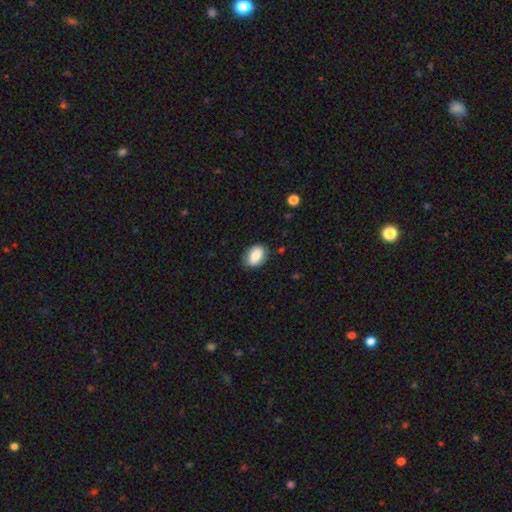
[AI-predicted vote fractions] smooth_or_featured: smooth (p=0.82) [alt: featured or disk p=0.11]
how_rounded: in between (p=0.77) [alt: round p=0.22]
merging: none (p=0.84) [alt: minor disturbance p=0.12]